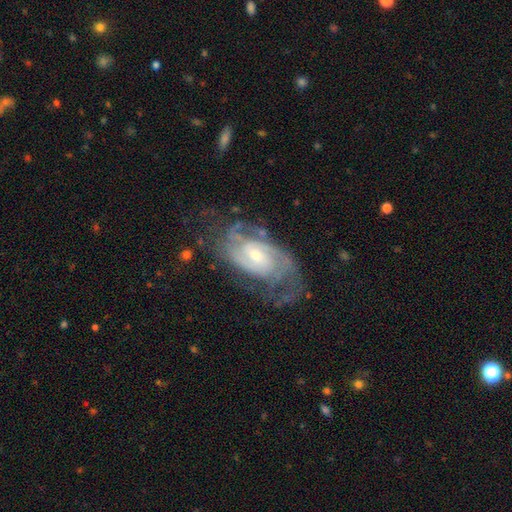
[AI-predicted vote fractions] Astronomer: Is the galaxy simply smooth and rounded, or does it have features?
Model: featured or disk — 87%.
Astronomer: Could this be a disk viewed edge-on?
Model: no — 96%.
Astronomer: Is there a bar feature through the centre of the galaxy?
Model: no — 48% (runner-up: weak, 42%).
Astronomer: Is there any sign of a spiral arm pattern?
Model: yes — 96%.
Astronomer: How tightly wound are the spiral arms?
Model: tight — 52% (runner-up: medium, 38%).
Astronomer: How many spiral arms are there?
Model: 2 — 47% (runner-up: can't tell, 23%).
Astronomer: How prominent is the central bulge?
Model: small — 49% (runner-up: moderate, 45%).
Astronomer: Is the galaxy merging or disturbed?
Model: none — 59%.